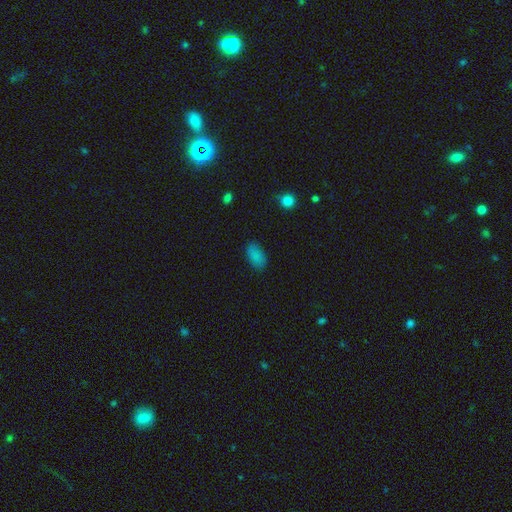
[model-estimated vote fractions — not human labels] A smooth galaxy with no disk features (85%) that is in between round and cigar-shaped (93%).

Vote fractions:
- Smooth or featured? smooth: 85% / star or artifact: 10% / featured or disk: 4%
- How rounded? in between: 93% / round: 4% / cigar-shaped: 2%
- Merging? none: 83% / minor disturbance: 12% / major disturbance: 3% / merger: 1%